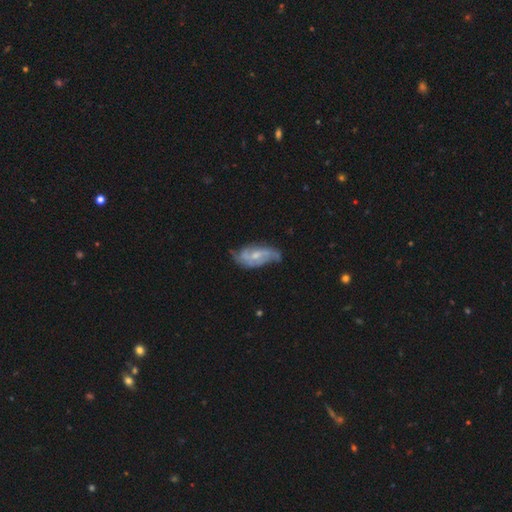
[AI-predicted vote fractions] A featured or disk galaxy (75%) with no bar (46%), 2 (52%) medium (42%) spiral arms (89%) and a small central bulge (52%).

Vote fractions:
- Smooth or featured? featured or disk: 75% / smooth: 19% / star or artifact: 7%
- Edge-on disk? no: 93% / yes: 7%
- Bar? no: 46% / weak: 44% / strong: 10%
- Spiral arms? yes: 89% / no: 11%
- Spiral winding? medium: 42% / loose: 31% / tight: 27%
- Spiral arm count? 2: 52% / can't tell: 24% / 3: 14% / 4: 4% / 1: 4% / more than 4: 3%
- Bulge size? small: 52% / moderate: 41% / none: 5% / large: 2% / dominant: 1%
- Merging? none: 57% / minor disturbance: 29% / major disturbance: 12% / merger: 2%